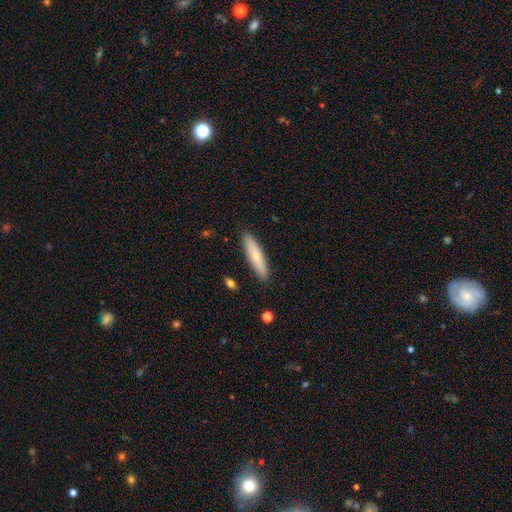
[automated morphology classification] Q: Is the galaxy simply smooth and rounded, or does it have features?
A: smooth — 69%.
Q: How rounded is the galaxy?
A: cigar-shaped — 82%.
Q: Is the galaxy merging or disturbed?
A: none — 90%.